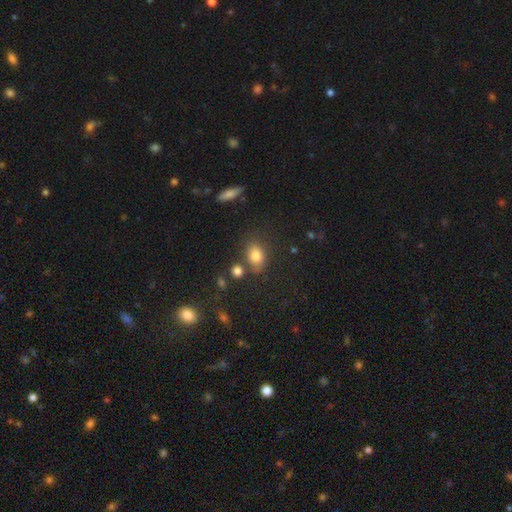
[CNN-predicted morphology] smooth-or-featured: smooth: 81% | star or artifact: 11% | featured or disk: 8%
  how-rounded: in between: 73% | round: 25% | cigar-shaped: 2%
  merging: none: 67% | minor disturbance: 16% | merger: 11% | major disturbance: 6%